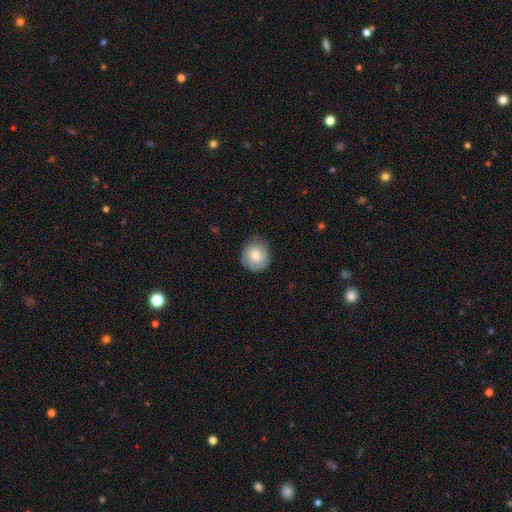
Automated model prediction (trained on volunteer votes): This is likely a smooth galaxy (61%). How rounded: clearly round (87%). Merging: likely none (78%).